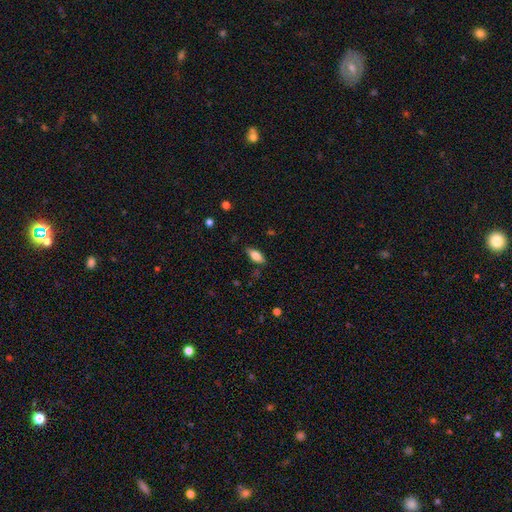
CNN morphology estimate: Smooth or featured: smooth — 79% (featured or disk — 14%)
How rounded: in between — 82% (cigar-shaped — 15%)
Merging: none — 80% (minor disturbance — 15%)